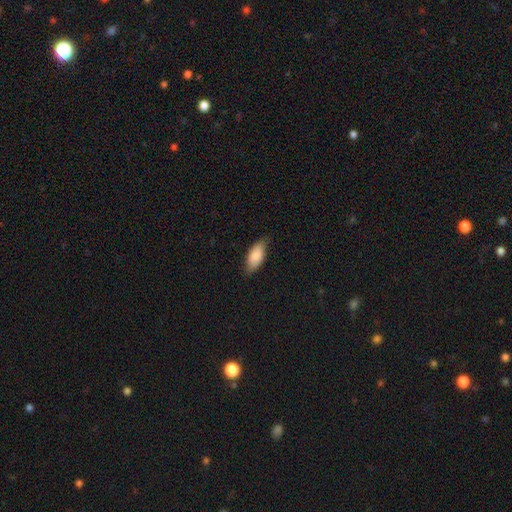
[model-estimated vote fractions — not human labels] Smooth or featured? smooth (84%)
How rounded? in between (87%)
Merging? none (75%)